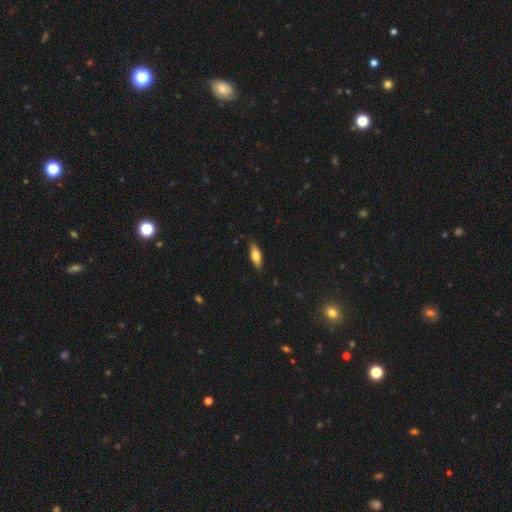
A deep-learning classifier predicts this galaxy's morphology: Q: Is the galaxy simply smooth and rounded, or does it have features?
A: smooth — 65%.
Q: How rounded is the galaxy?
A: in between — 58%.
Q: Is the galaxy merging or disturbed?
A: none — 86%.